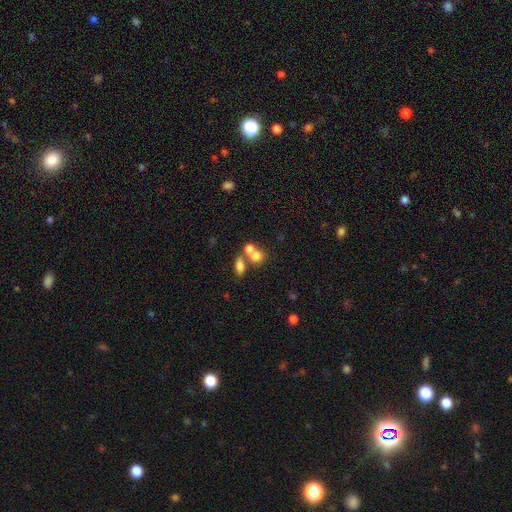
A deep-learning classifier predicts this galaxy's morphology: Smooth or featured? smooth (71%)
How rounded? round (60%)
Merging? merger (51%)